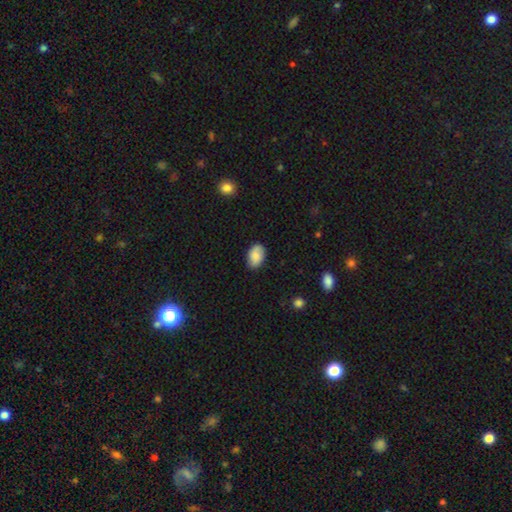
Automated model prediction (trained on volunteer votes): Smooth or featured?
  - smooth: 81% *
  - featured or disk: 12%
  - star or artifact: 7%
How rounded?
  - in between: 89% *
  - round: 10%
  - cigar-shaped: 1%
Merging?
  - none: 80% *
  - minor disturbance: 16%
  - major disturbance: 3%
  - merger: 1%